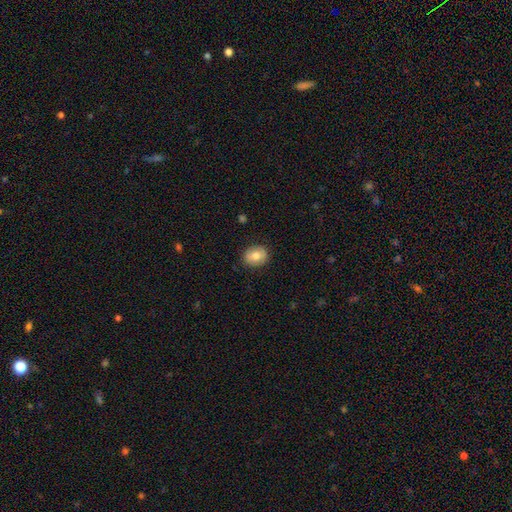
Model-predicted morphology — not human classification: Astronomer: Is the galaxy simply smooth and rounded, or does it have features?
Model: smooth — 77%.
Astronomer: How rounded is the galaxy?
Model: round — 51% (runner-up: in between, 48%).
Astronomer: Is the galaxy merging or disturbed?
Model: none — 87%.